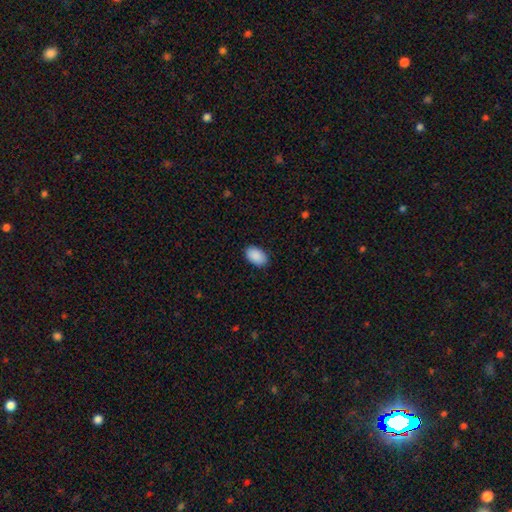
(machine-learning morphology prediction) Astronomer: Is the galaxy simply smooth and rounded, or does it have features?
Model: smooth — 91%.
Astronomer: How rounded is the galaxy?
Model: in between — 93%.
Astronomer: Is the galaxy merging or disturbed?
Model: none — 88%.